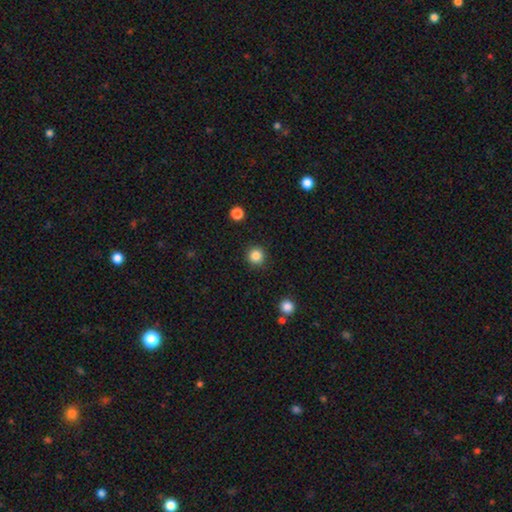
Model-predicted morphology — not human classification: Smooth or featured? Predicted: smooth (p=0.85). How rounded? Predicted: round (p=0.95). Merging? Predicted: none (p=0.91).